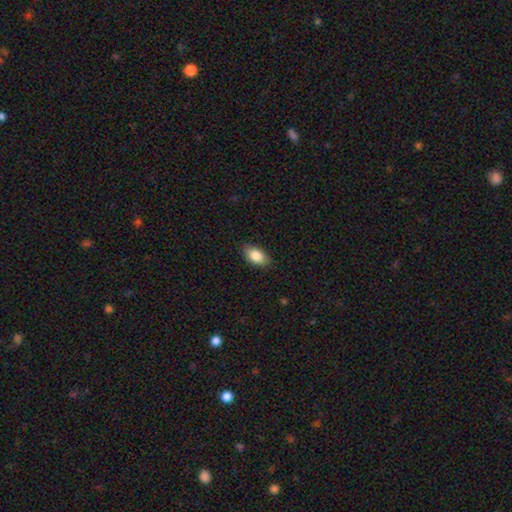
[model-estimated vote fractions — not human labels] Morphology: type=smooth (85%); roundness=in between (92%); merging=none (87%).